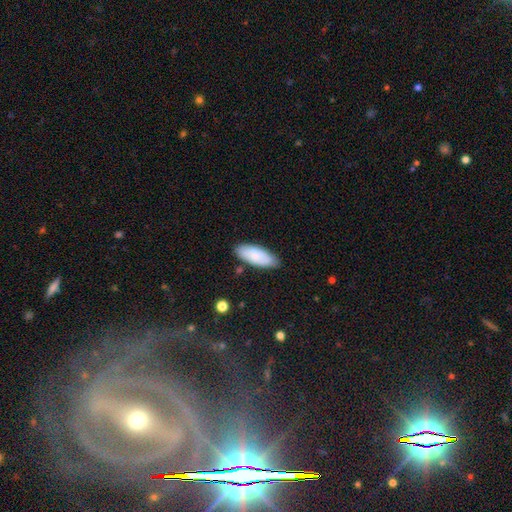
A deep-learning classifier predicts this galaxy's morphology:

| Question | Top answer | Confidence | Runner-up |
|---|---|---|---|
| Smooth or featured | smooth | 76% | featured or disk (18%) |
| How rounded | in between | 81% | cigar-shaped (17%) |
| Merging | none | 80% | minor disturbance (15%) |